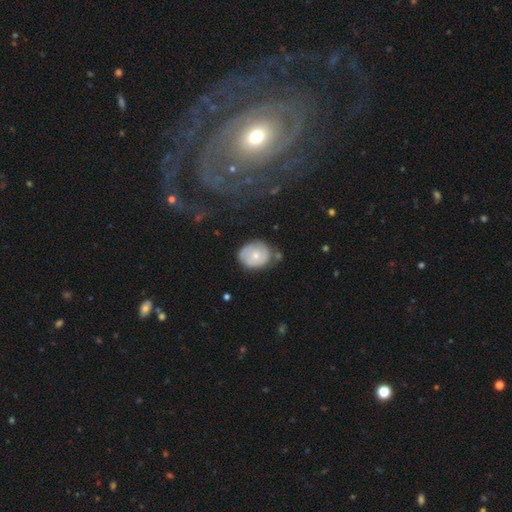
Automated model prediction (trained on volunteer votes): Overall: smooth (56%; featured or disk 38%). How rounded: round (60%; in between 39%). Merging: none (61%; minor disturbance 26%).